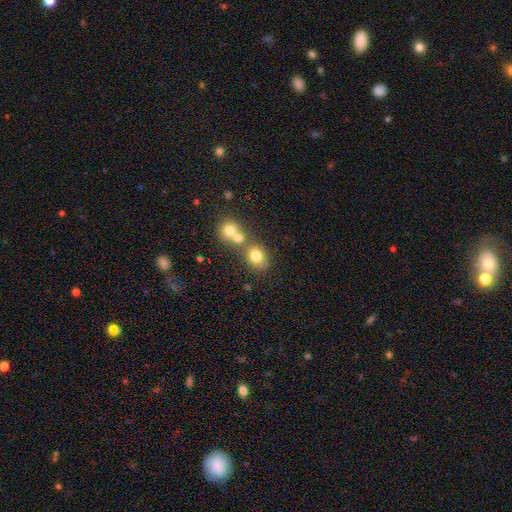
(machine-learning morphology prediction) smooth_or_featured: smooth (p=0.75) [alt: featured or disk p=0.13]
how_rounded: round (p=0.64) [alt: in between p=0.35]
merging: none (p=0.44) [alt: merger p=0.41]